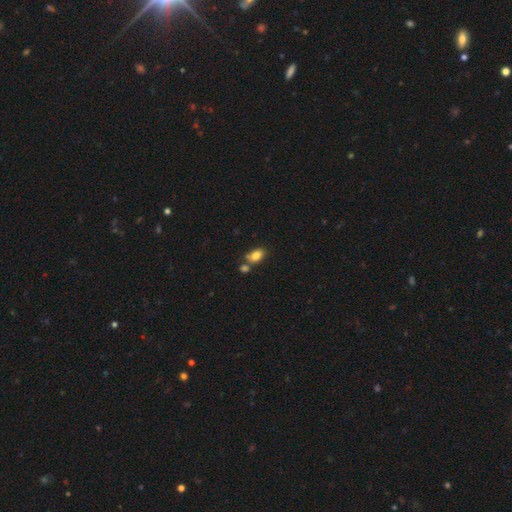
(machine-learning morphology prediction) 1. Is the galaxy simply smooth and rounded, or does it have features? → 83% smooth, 9% star or artifact, 8% featured or disk.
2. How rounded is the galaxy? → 85% in between, 13% round, 2% cigar-shaped.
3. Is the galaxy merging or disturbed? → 54% none, 30% merger, 12% minor disturbance, 4% major disturbance.